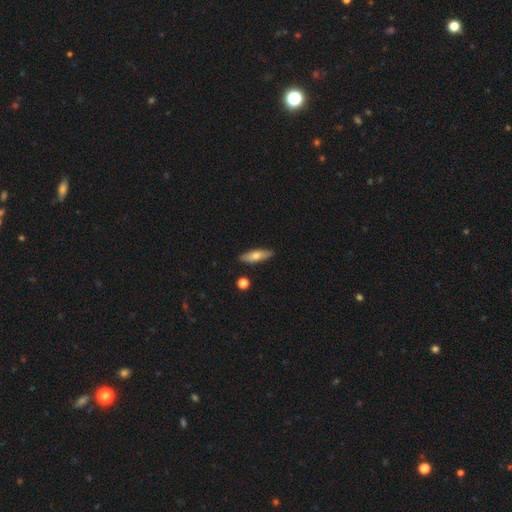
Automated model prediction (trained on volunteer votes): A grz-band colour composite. It shows a smooth galaxy with no disk features (66%) that is cigar-shaped (50%). Merging: none (87%).